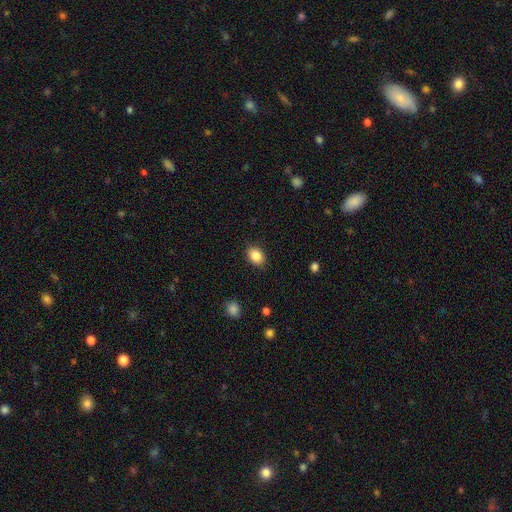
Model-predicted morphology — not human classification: The model was most divided on "how rounded": in between: 72%, round: 27%, cigar-shaped: 1%. More confident: smooth or featured — smooth (87%); merging — none (86%).